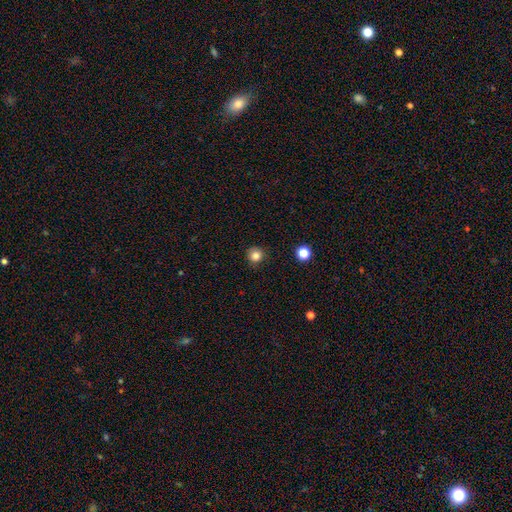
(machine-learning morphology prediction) smooth 82%, star or artifact 13%, featured or disk 5%. Down the decision tree: how rounded — round (94%); merging — none (88%).